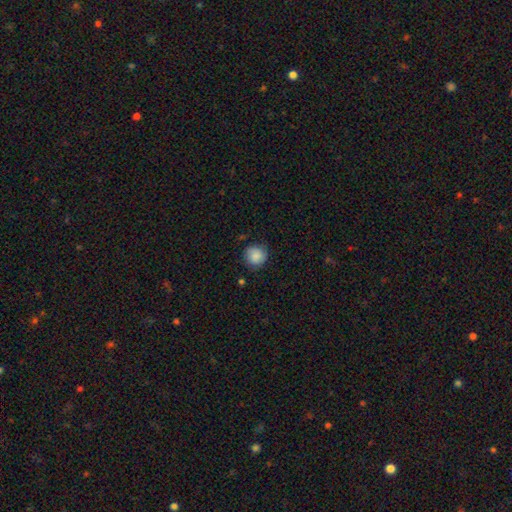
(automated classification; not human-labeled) smooth_or_featured: smooth (p=0.82) [alt: featured or disk p=0.10]
how_rounded: round (p=0.91) [alt: in between p=0.08]
merging: none (p=0.80) [alt: minor disturbance p=0.15]